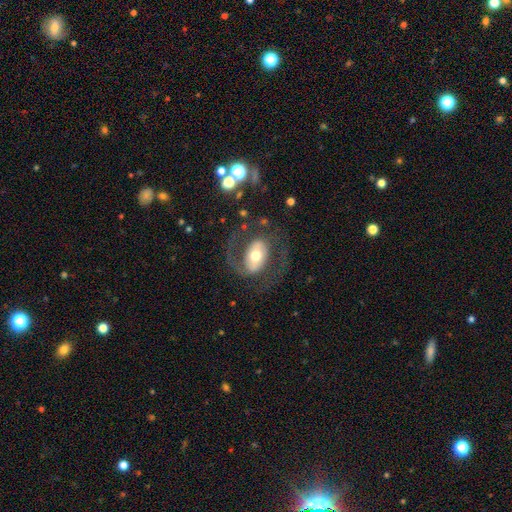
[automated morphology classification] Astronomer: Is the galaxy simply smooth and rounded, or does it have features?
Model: featured or disk — 74%.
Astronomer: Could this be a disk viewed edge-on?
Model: no — 95%.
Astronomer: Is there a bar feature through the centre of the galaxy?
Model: no — 35% (runner-up: weak, 33%).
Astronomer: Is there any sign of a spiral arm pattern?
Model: yes — 81%.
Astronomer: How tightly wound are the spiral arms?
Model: medium — 51% (runner-up: loose, 31%).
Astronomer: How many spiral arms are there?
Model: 2 — 83%.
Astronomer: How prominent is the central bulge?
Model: moderate — 66%.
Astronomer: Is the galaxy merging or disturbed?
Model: none — 65%.